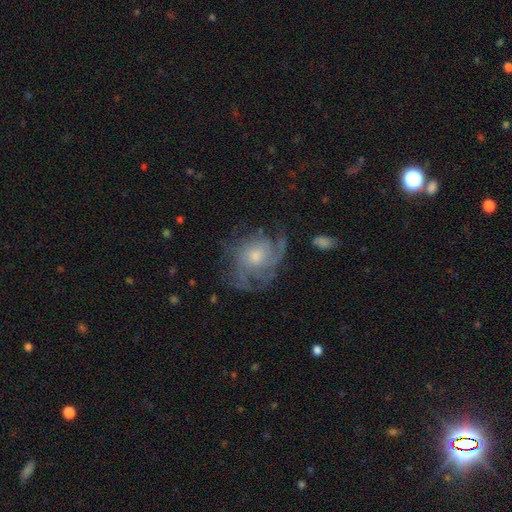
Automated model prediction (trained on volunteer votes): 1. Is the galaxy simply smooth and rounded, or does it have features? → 71% featured or disk, 20% smooth, 9% star or artifact.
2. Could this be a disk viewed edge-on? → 97% no, 3% yes.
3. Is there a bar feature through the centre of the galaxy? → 80% no, 18% weak, 2% strong.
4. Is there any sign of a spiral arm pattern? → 82% yes, 18% no.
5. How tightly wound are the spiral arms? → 42% tight, 36% medium, 22% loose.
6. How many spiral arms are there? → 44% can't tell, 17% 3, 15% 2, 9% 4, 9% 1, 6% more than 4.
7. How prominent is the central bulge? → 53% moderate, 36% small, 7% large, 3% none, 1% dominant.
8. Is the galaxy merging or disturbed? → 54% none, 23% major disturbance, 21% minor disturbance, 2% merger.